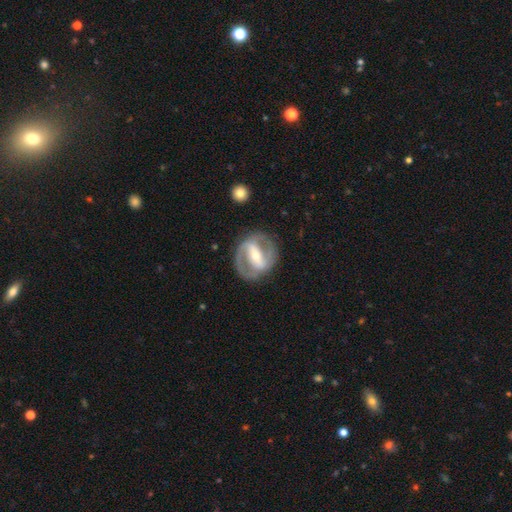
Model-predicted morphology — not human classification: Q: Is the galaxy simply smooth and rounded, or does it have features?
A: featured or disk — 83%.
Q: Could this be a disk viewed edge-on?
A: no — 95%.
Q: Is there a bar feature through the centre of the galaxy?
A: strong — 70%.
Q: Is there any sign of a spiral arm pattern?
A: yes — 78%.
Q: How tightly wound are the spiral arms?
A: medium — 48%.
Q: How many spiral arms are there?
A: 2 — 87%.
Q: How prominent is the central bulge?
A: moderate — 50%.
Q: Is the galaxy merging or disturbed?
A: none — 81%.